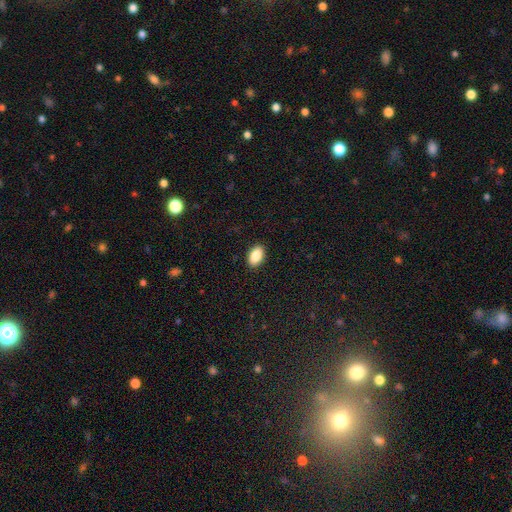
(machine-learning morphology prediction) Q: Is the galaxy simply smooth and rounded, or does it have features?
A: smooth — 87%.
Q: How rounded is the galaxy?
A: in between — 92%.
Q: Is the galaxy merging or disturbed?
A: none — 90%.